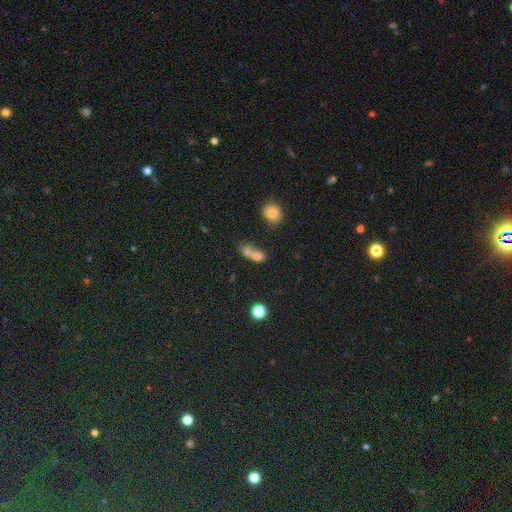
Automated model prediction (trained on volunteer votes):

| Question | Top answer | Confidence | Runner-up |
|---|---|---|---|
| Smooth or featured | smooth | 70% | star or artifact (15%) |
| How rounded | in between | 50% | round (45%) |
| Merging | merger | 65% | none (22%) |